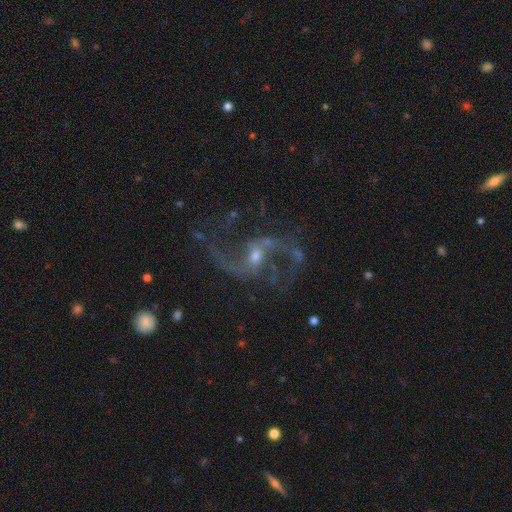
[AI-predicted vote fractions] Overall: featured or disk (89%). Edge-on disk: no (98%). Bar: weak (45%; no 36%). Spiral arms: yes (96%). Spiral arm count: 2 (89%). Spiral winding: loose (71%). Bulge size: small (52%; moderate 42%). Merging: none (66%).